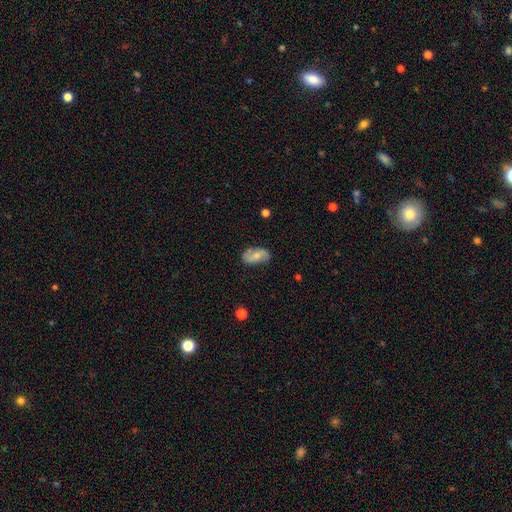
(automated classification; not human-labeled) smooth_or_featured: smooth (p=0.55) [alt: featured or disk p=0.38]
how_rounded: in between (p=0.91) [alt: round p=0.05]
merging: none (p=0.70) [alt: minor disturbance p=0.22]